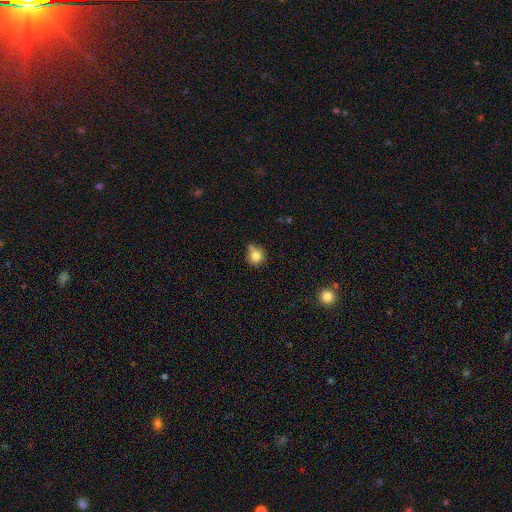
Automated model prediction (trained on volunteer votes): This is likely a smooth galaxy (79%). How rounded: clearly round (85%). Merging: possibly none (54%).